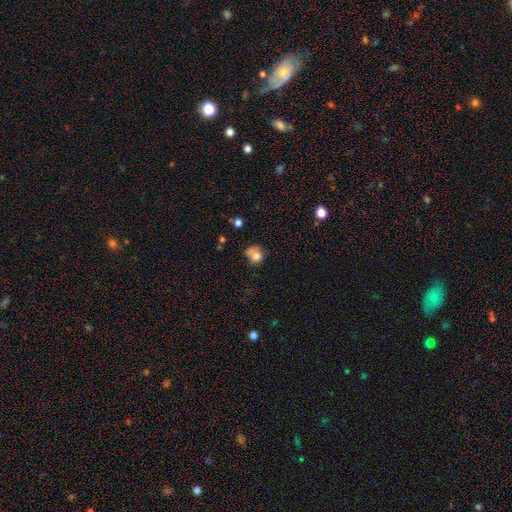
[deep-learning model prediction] The model was most divided on "merging": none: 42%, minor disturbance: 24%, merger: 20%, major disturbance: 13%. More confident: smooth or featured — smooth (76%); how rounded — round (74%).